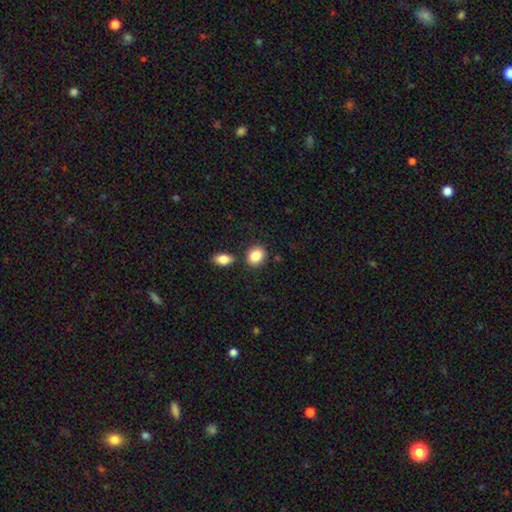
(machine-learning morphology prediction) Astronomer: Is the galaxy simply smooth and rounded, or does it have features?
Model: smooth — 87%.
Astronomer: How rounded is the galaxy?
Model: round — 51% (runner-up: in between, 48%).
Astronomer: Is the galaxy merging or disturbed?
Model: none — 78%.